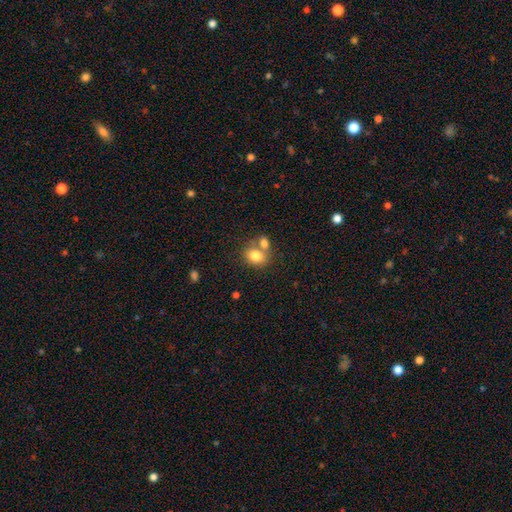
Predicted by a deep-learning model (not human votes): Q: Smooth or featured?
A: smooth (80%); runner-up: featured or disk (11%)
Q: How rounded?
A: in between (56%); runner-up: round (43%)
Q: Merging?
A: none (44%); runner-up: merger (42%)